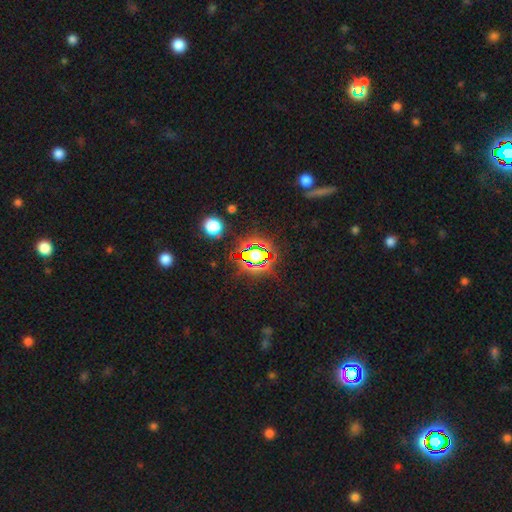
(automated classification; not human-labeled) smooth_or_featured: star or artifact (p=0.69) [alt: smooth p=0.20]